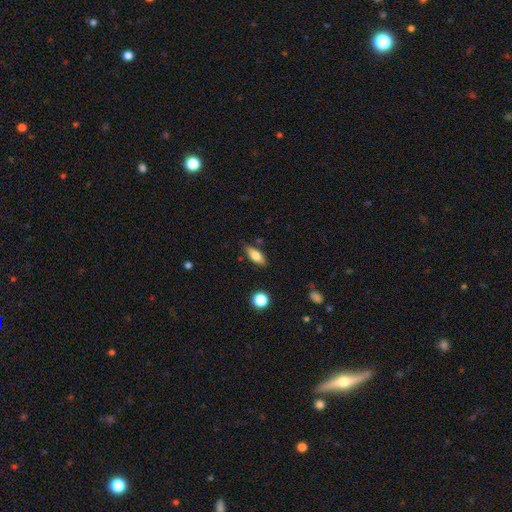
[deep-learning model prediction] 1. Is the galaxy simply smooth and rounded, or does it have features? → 68% smooth, 24% featured or disk, 8% star or artifact.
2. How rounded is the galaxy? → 73% in between, 24% cigar-shaped, 4% round.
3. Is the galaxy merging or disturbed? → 80% none, 14% minor disturbance, 3% major disturbance, 3% merger.